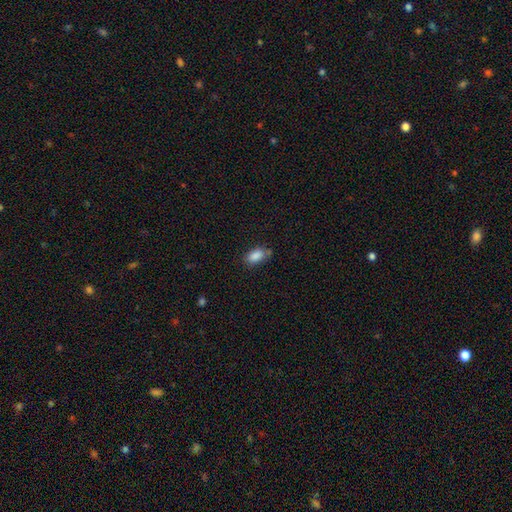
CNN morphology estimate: Smooth or featured? smooth (87%)
How rounded? in between (90%)
Merging? none (68%)